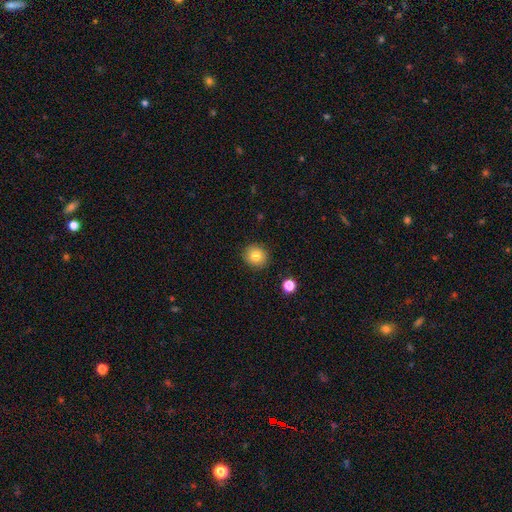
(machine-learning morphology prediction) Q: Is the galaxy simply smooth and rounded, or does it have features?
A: smooth — 81%.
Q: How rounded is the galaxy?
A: round — 88%.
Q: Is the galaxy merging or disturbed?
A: none — 90%.